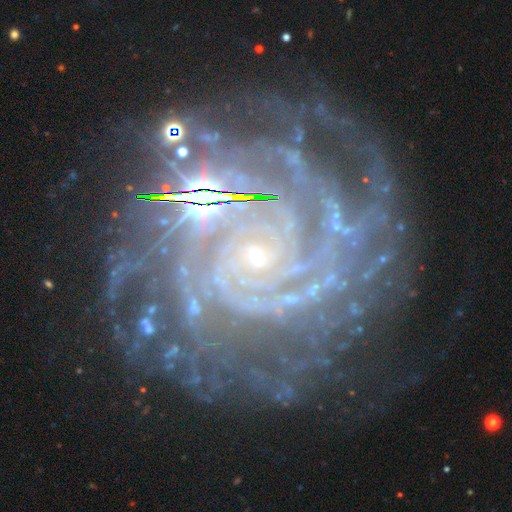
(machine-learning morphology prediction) This is clearly a featured or disk galaxy (90%). It is clearly not viewed edge-on (98%). Bar: likely no (73%). Spiral arm pattern: clearly yes (98%). Spiral arm count: marginally more than 4 (24%). Spiral winding: likely tight (78%). Central bulge: clearly small (84%). Merging: likely none (70%).